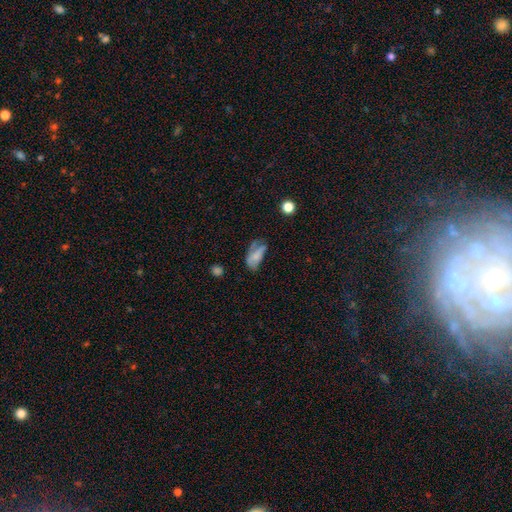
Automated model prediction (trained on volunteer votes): A smooth galaxy with no disk features (62%) that is in between round and cigar-shaped (88%).

Vote fractions:
- Smooth or featured? smooth: 62% / featured or disk: 28% / star or artifact: 10%
- How rounded? in between: 88% / cigar-shaped: 8% / round: 4%
- Merging? major disturbance: 33% / minor disturbance: 31% / none: 30% / merger: 5%